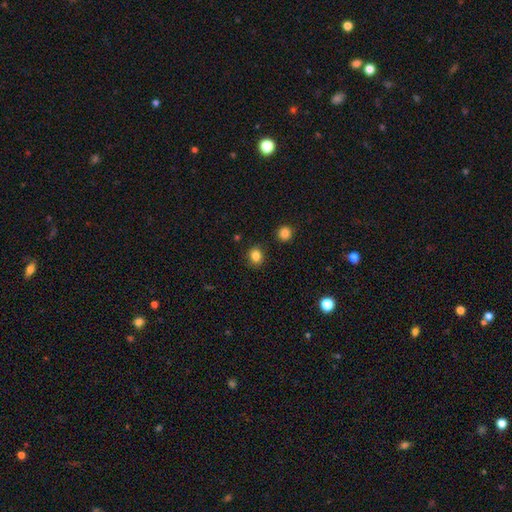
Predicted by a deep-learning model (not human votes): Overall: smooth (84%). How rounded: round (72%). Merging: none (87%).